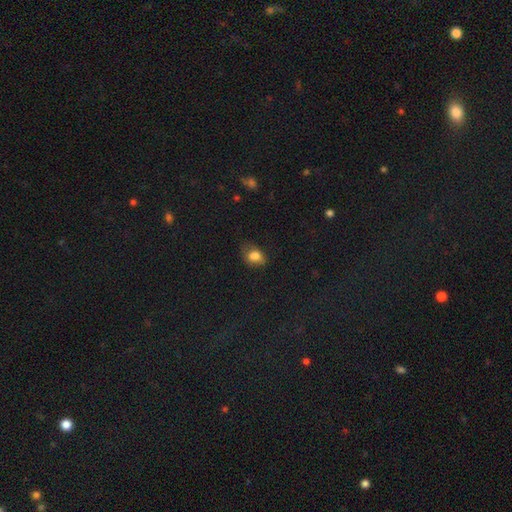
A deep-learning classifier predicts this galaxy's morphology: A smooth galaxy with no disk features (79%) that is in between round and cigar-shaped (69%).

Vote fractions:
- Smooth or featured? smooth: 79% / star or artifact: 12% / featured or disk: 9%
- How rounded? in between: 69% / round: 30% / cigar-shaped: 1%
- Merging? none: 52% / minor disturbance: 32% / major disturbance: 13% / merger: 4%